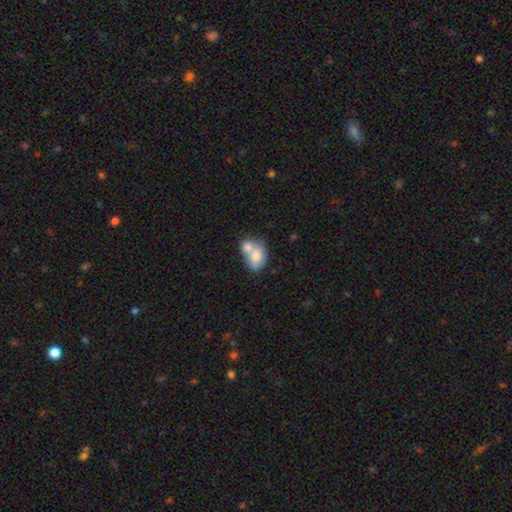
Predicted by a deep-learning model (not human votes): A smooth galaxy with no disk features (74%) that is in between round and cigar-shaped (79%).

Vote fractions:
- Smooth or featured? smooth: 74% / featured or disk: 19% / star or artifact: 7%
- How rounded? in between: 79% / round: 20% / cigar-shaped: 1%
- Merging? merger: 65% / none: 21% / minor disturbance: 9% / major disturbance: 4%